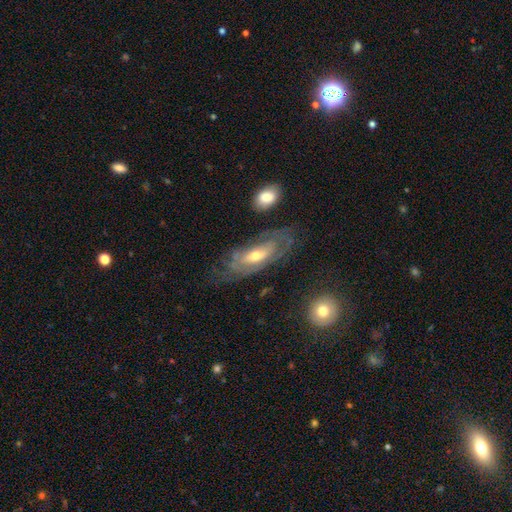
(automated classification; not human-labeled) smooth-or-featured: featured or disk: 67% | smooth: 25% | star or artifact: 7%
  disk-edge-on: no: 82% | yes: 18%
    bar: no: 61% | weak: 29% | strong: 9%
    has-spiral-arms: yes: 66% | no: 34%
    bulge-size: moderate: 57% | small: 35% | large: 6% | none: 1% | dominant: 1%
  merging: none: 59% | minor disturbance: 23% | major disturbance: 16% | merger: 3%